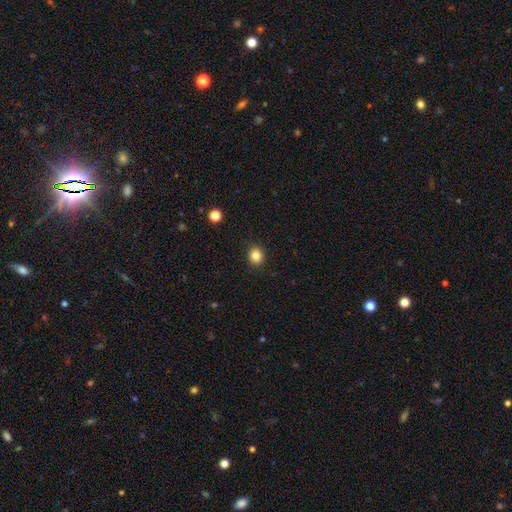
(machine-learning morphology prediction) Overall: smooth (84%). How rounded: round (68%; in between 31%). Merging: none (91%).